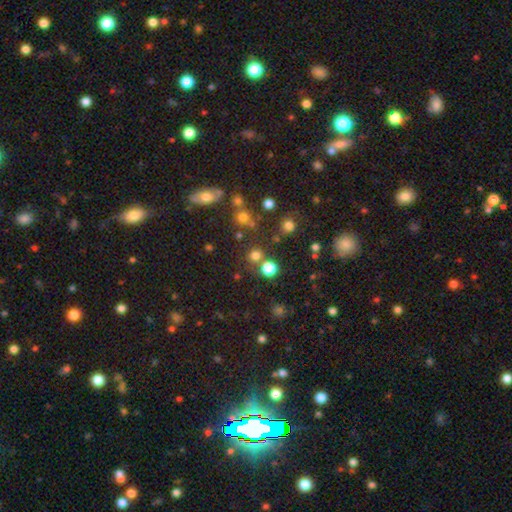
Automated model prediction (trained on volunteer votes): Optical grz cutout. It shows a smooth galaxy with no disk features (73%) that is round (91%). Merging: none (75%).